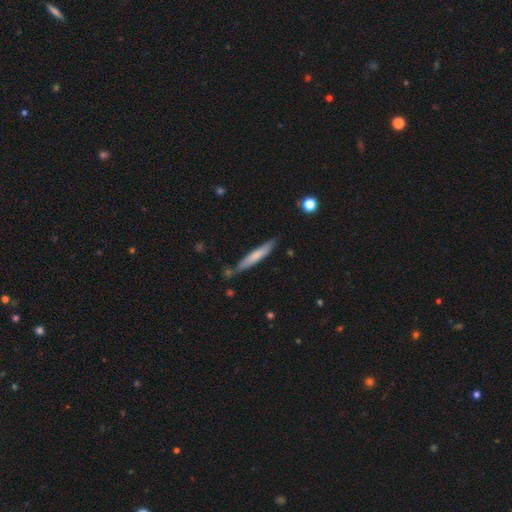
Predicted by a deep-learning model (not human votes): smooth 63%, featured or disk 31%, star or artifact 6%. Down the decision tree: how rounded — cigar-shaped (94%); merging — none (80%).